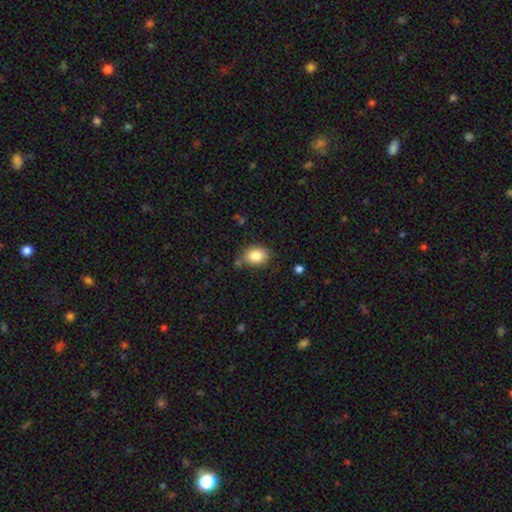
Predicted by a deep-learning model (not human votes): This is clearly a smooth galaxy (85%). How rounded: likely in between (69%). Merging: likely none (76%).